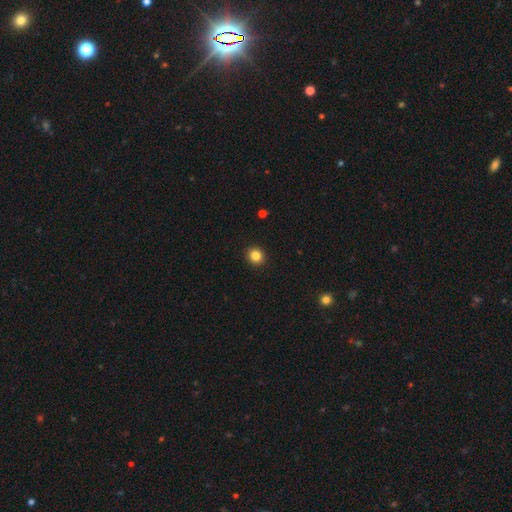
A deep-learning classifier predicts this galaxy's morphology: Overall: smooth (84%). How rounded: round (87%). Merging: none (93%).